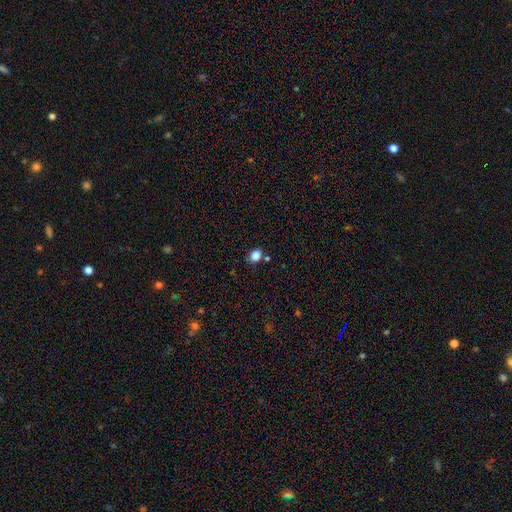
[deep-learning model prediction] Smooth or featured: smooth — 84% (star or artifact — 12%)
How rounded: round — 55% (in between — 44%)
Merging: none — 77% (minor disturbance — 12%)